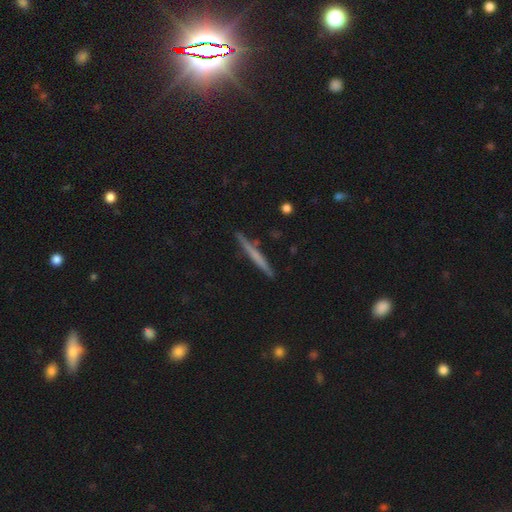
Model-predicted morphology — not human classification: smooth-or-featured: smooth: 48% | featured or disk: 45% | star or artifact: 6%
  merging: none: 89% | minor disturbance: 8% | merger: 2% | major disturbance: 1%